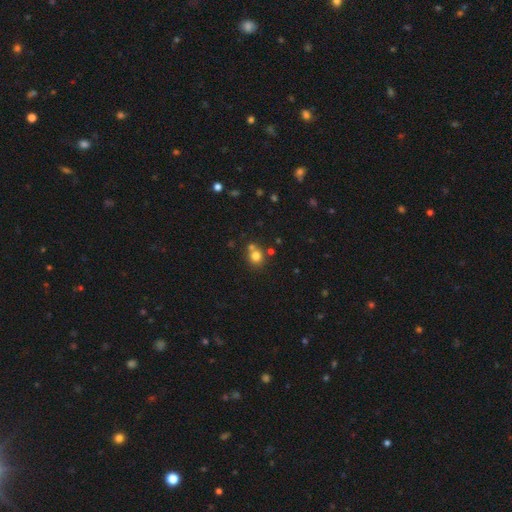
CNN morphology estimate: This is likely a smooth galaxy (77%). How rounded: clearly round (84%). Merging: likely none (60%).